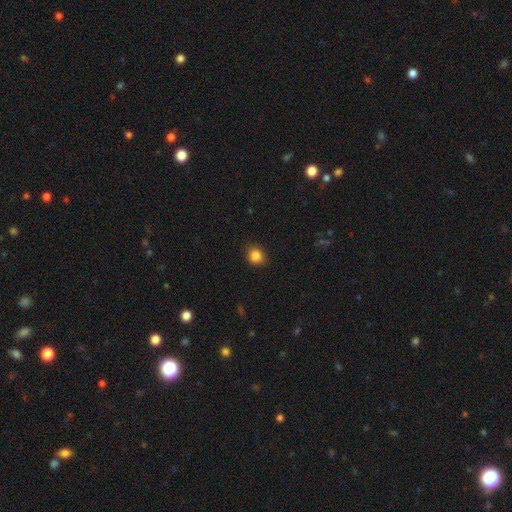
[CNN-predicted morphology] Q: Smooth or featured?
A: smooth (85%); runner-up: star or artifact (11%)
Q: How rounded?
A: round (71%); runner-up: in between (28%)
Q: Merging?
A: none (84%); runner-up: minor disturbance (12%)